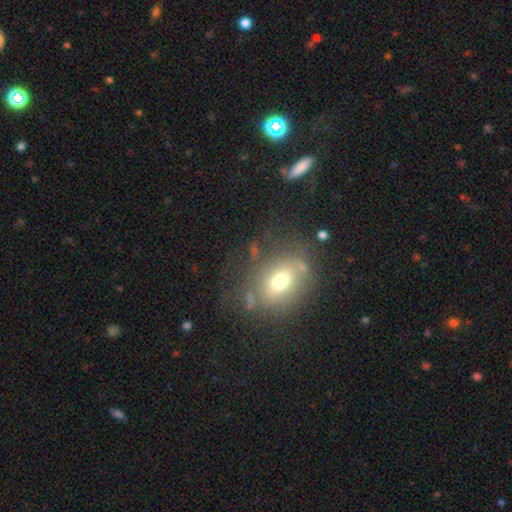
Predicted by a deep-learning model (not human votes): Smooth or featured? smooth (56%)
How rounded? in between (56%)
Merging? none (66%)